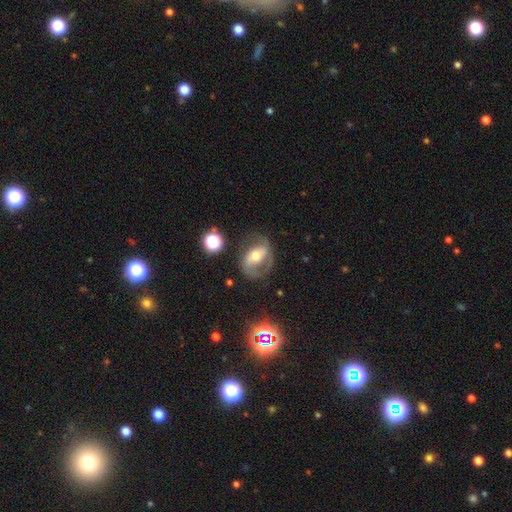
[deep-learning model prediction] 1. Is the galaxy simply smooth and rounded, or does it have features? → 67% featured or disk, 24% smooth, 8% star or artifact.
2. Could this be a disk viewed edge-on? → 94% no, 6% yes.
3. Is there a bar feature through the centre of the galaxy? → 38% strong, 33% weak, 29% no.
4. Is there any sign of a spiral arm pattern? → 71% yes, 29% no.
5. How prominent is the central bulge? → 65% moderate, 22% small, 9% large, 1% dominant, 1% none.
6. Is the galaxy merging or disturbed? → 60% none, 20% minor disturbance, 17% major disturbance, 3% merger.